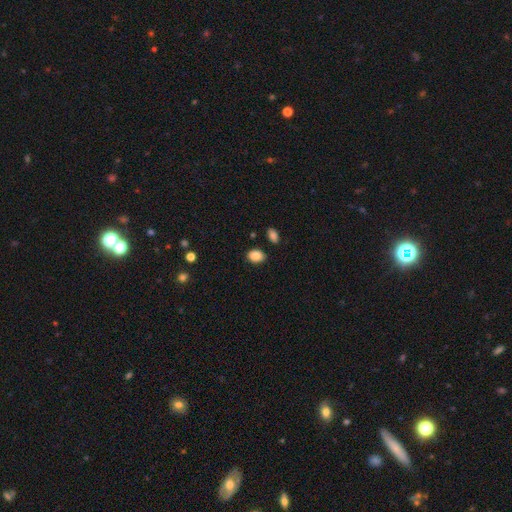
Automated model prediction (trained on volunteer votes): The model was most divided on "how rounded": in between: 74%, round: 25%, cigar-shaped: 1%. More confident: smooth or featured — smooth (88%); merging — none (83%).